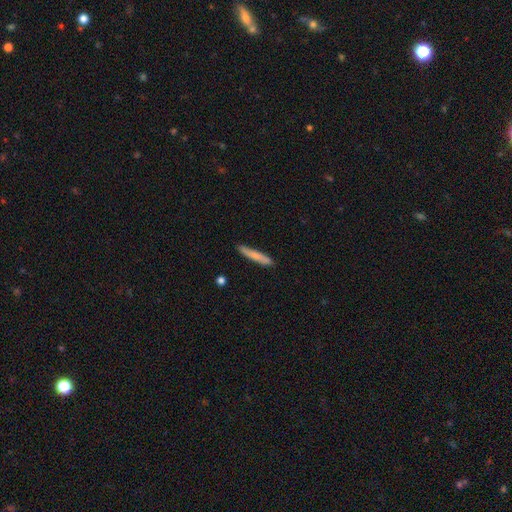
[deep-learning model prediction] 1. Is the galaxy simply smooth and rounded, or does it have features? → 77% smooth, 17% featured or disk, 6% star or artifact.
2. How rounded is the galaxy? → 94% cigar-shaped, 5% in between, 1% round.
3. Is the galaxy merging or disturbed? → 87% none, 10% minor disturbance, 2% major disturbance, 1% merger.